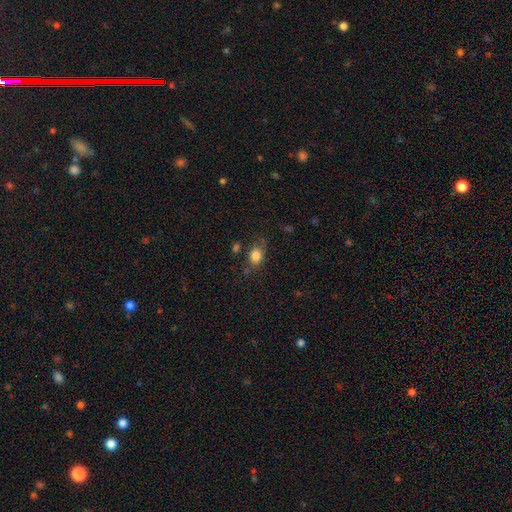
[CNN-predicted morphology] Smooth or featured?
  - smooth: 82% *
  - star or artifact: 10%
  - featured or disk: 8%
How rounded?
  - in between: 66% *
  - round: 32%
  - cigar-shaped: 2%
Merging?
  - none: 68% *
  - minor disturbance: 21%
  - major disturbance: 7%
  - merger: 5%